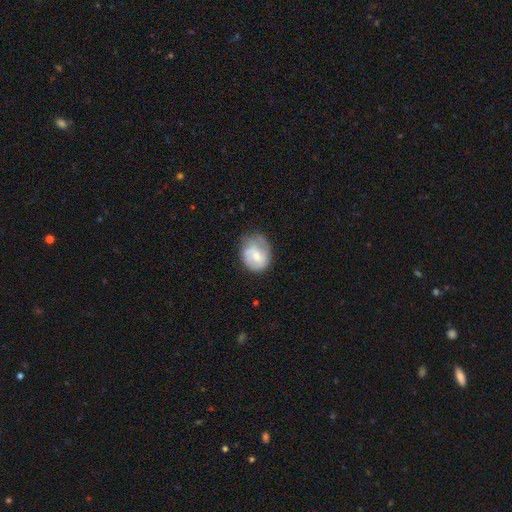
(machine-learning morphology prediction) Overall: smooth (57%; featured or disk 37%). How rounded: round (57%; in between 42%). Merging: none (47%; minor disturbance 35%).